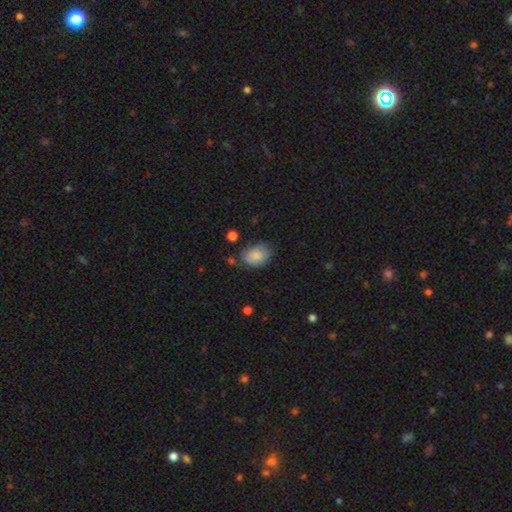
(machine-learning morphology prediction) A smooth galaxy with no disk features (84%) that is in between round and cigar-shaped (75%).

Vote fractions:
- Smooth or featured? smooth: 84% / featured or disk: 8% / star or artifact: 7%
- How rounded? in between: 75% / round: 24% / cigar-shaped: 1%
- Merging? none: 62% / minor disturbance: 26% / major disturbance: 7% / merger: 5%